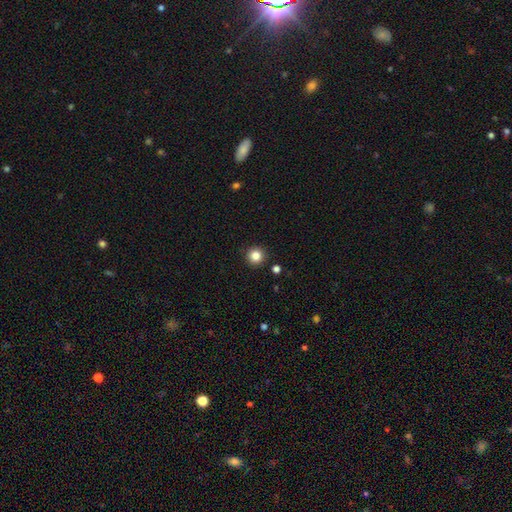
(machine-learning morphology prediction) Smooth or featured: smooth — 84% (star or artifact — 11%)
How rounded: round — 95% (in between — 4%)
Merging: none — 92% (minor disturbance — 5%)